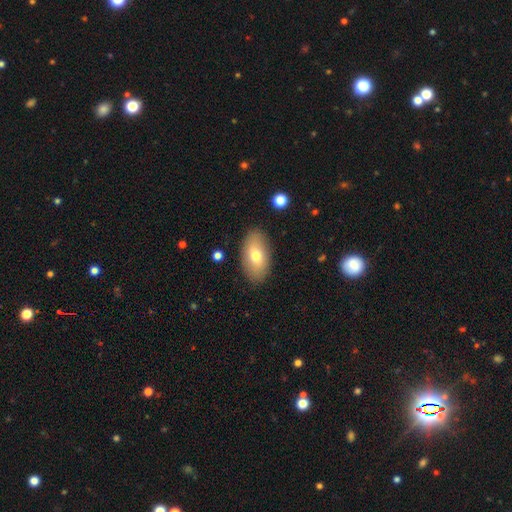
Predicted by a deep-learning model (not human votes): Q: Smooth or featured?
A: smooth (71%); runner-up: featured or disk (21%)
Q: How rounded?
A: in between (93%); runner-up: round (5%)
Q: Merging?
A: none (87%); runner-up: minor disturbance (9%)